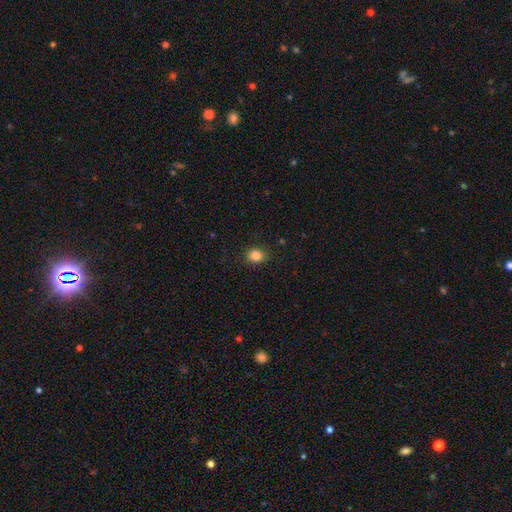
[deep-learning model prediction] smooth 85%, star or artifact 11%, featured or disk 4%. Down the decision tree: how rounded — round (64%); merging — none (88%).